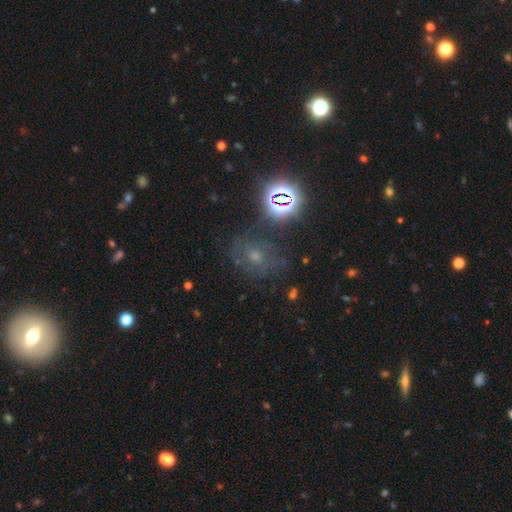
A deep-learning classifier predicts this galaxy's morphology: A smooth galaxy with no disk features (37%). Merging: none (63%).